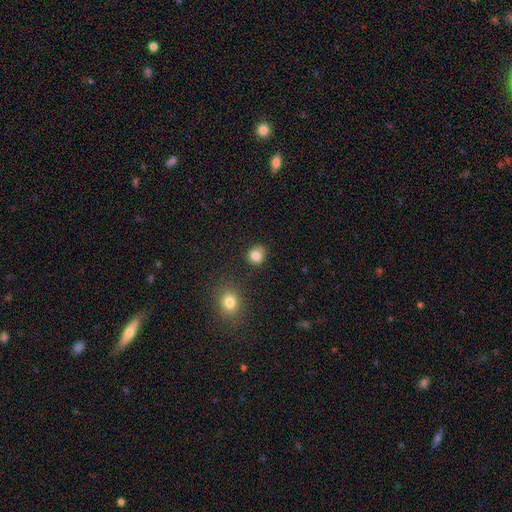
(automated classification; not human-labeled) A smooth galaxy with no disk features (84%) that is round (82%).

Vote fractions:
- Smooth or featured? smooth: 84% / star or artifact: 11% / featured or disk: 5%
- How rounded? round: 82% / in between: 17% / cigar-shaped: 1%
- Merging? none: 81% / minor disturbance: 13% / major disturbance: 3% / merger: 3%